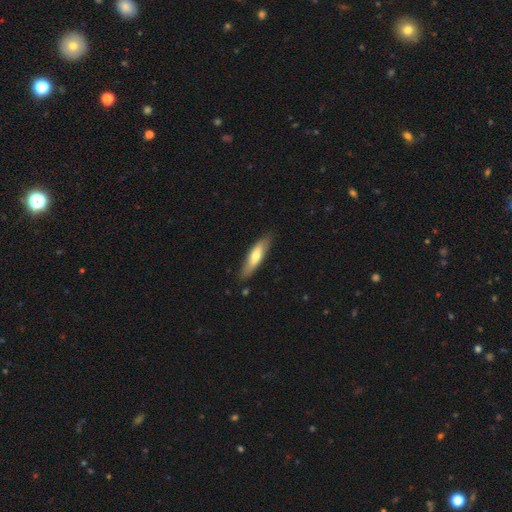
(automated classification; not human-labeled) A smooth galaxy with no disk features (66%) that is cigar-shaped (65%). Merging: none (82%).